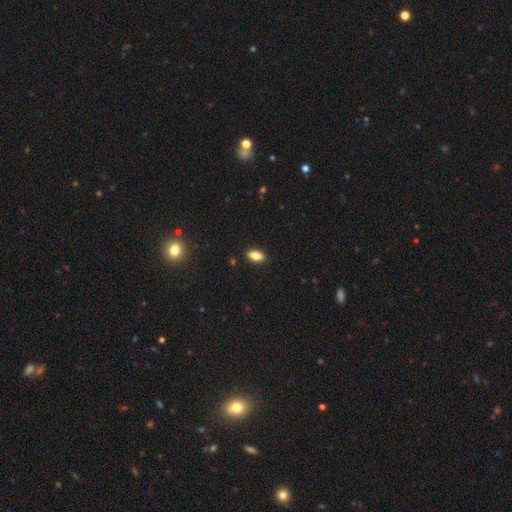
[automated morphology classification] Overall: smooth (84%). How rounded: in between (89%). Merging: none (89%).